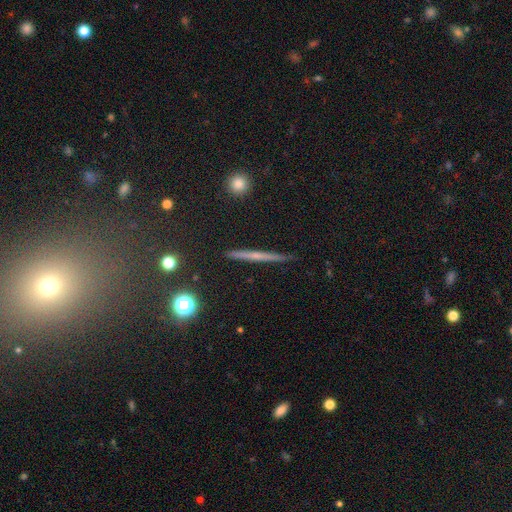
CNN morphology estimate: Smooth or featured: featured or disk — 57% (smooth — 33%)
Edge-on disk: yes — 97% (no — 3%)
Edge-on bulge: none — 72% (rounded — 23%)
Merging: none — 91% (minor disturbance — 6%)